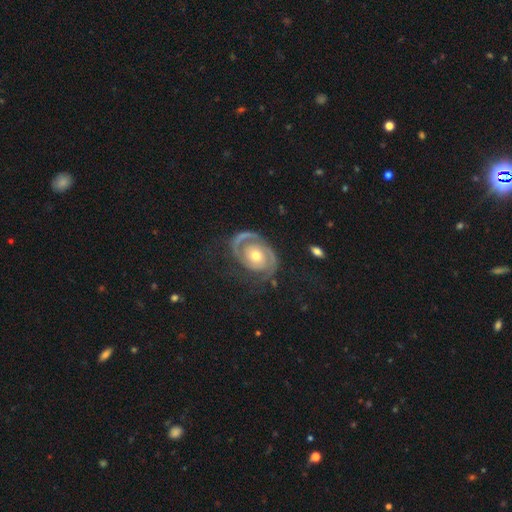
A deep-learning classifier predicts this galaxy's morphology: type=featured or disk (88%); edge-on=no (97%); bar=no (78%); spiral arms=yes (95%); winding=tight (58%); arm count=2 (64%); bulge=moderate (69%); merging=none (67%).